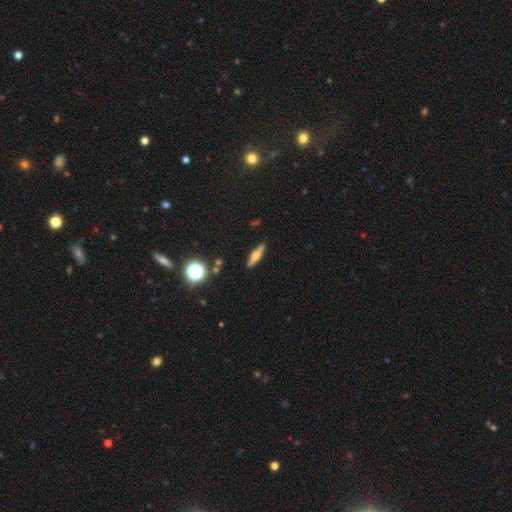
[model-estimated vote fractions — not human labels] Overall: featured or disk (54%; smooth 37%). Edge-on disk: yes (93%). Edge-on bulge: rounded (92%). Merging: none (89%).